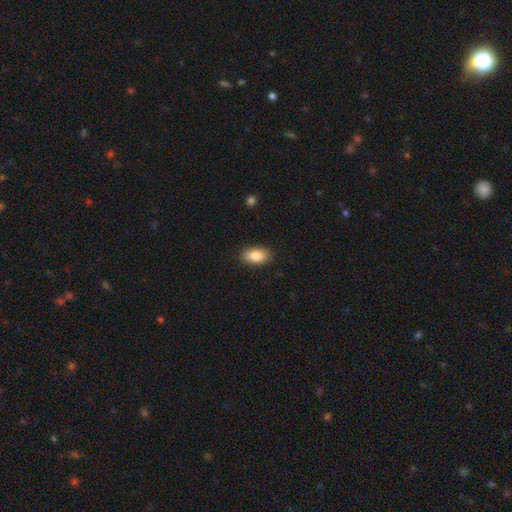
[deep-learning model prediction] Morphology: type=smooth (85%); roundness=in between (92%); merging=none (89%).